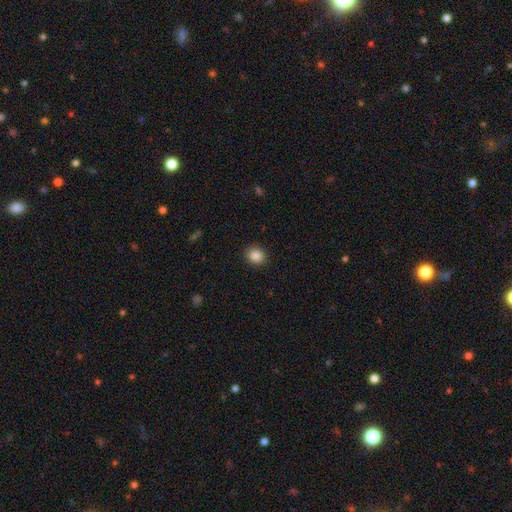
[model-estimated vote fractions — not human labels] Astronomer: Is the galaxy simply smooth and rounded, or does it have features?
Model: smooth — 87%.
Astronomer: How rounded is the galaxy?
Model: round — 72%.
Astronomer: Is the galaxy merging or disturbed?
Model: none — 90%.